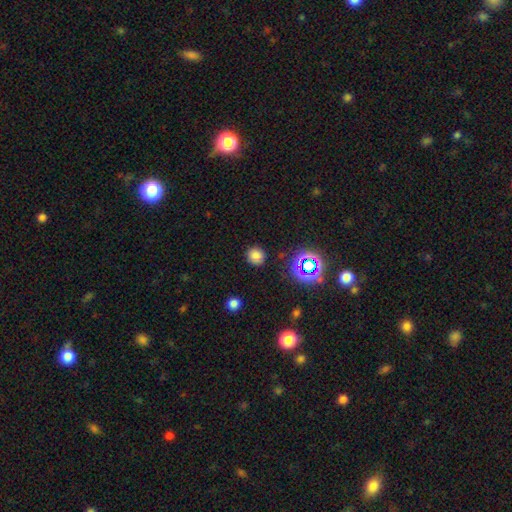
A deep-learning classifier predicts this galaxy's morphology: smooth-or-featured: smooth: 75% | star or artifact: 19% | featured or disk: 6%
  how-rounded: round: 87% | in between: 11% | cigar-shaped: 1%
  merging: none: 87% | minor disturbance: 8% | major disturbance: 3% | merger: 2%